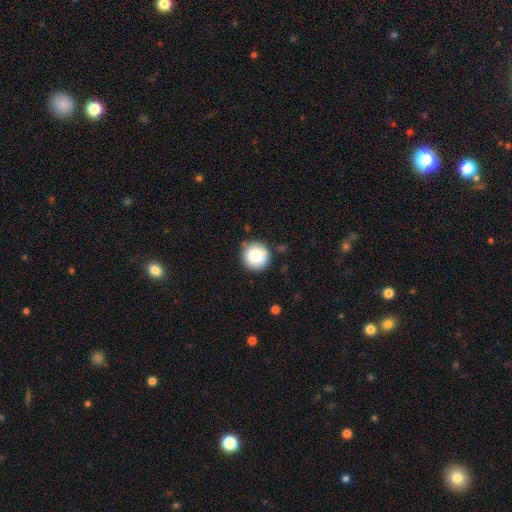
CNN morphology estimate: The model was most divided on "merging": none: 84%, minor disturbance: 11%, merger: 3%, major disturbance: 2%. More confident: how rounded — round (95%); smooth or featured — smooth (85%).